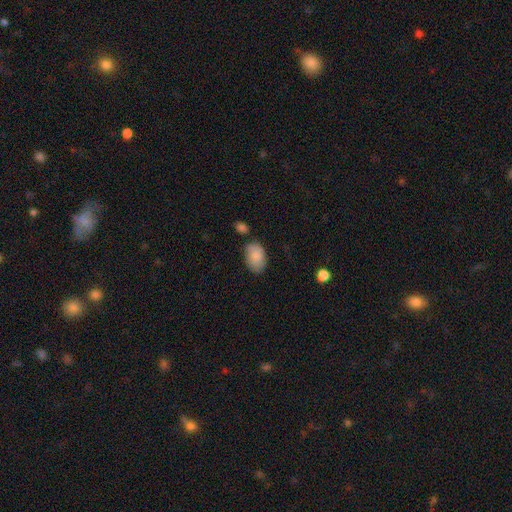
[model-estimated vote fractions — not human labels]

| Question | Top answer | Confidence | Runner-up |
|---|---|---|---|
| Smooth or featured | smooth | 83% | featured or disk (11%) |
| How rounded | in between | 88% | round (11%) |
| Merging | none | 67% | minor disturbance (22%) |